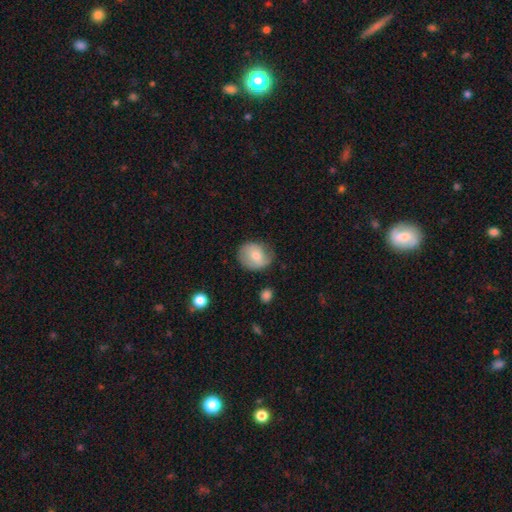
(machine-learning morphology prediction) smooth-or-featured: smooth: 66% | featured or disk: 26% | star or artifact: 7%
  how-rounded: round: 69% | in between: 30% | cigar-shaped: 1%
  merging: none: 66% | minor disturbance: 26% | major disturbance: 7% | merger: 2%